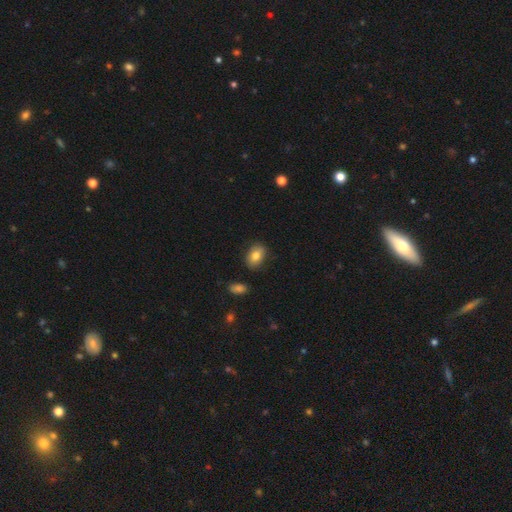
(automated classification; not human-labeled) Smooth or featured? Predicted: smooth (p=0.80). How rounded? Predicted: in between (p=0.81). Merging? Predicted: none (p=0.84).